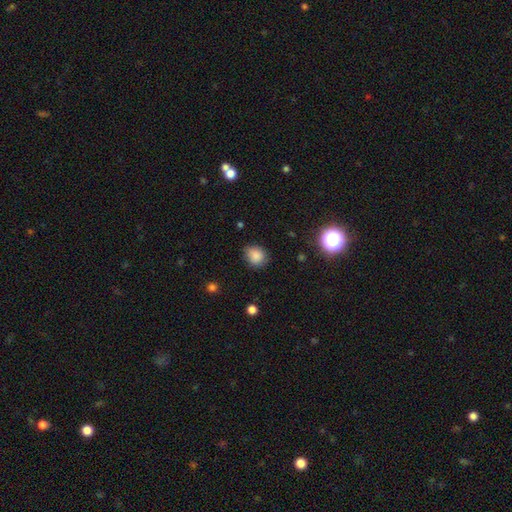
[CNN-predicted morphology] A smooth galaxy with no disk features (85%) that is round (72%). Merging: none (79%).